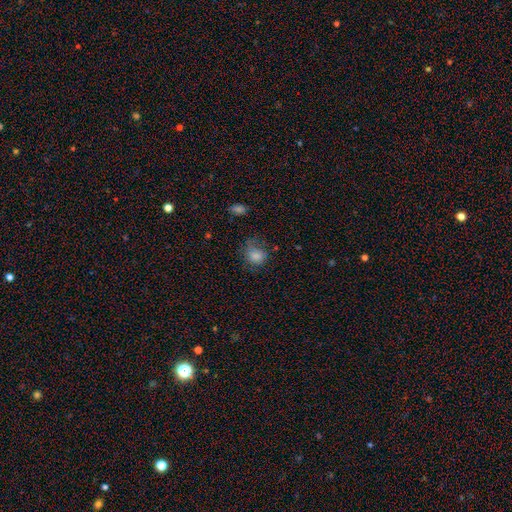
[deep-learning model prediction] smooth_or_featured: smooth (p=0.82) [alt: star or artifact p=0.11]
how_rounded: round (p=0.64) [alt: in between p=0.35]
merging: none (p=0.49) [alt: minor disturbance p=0.29]